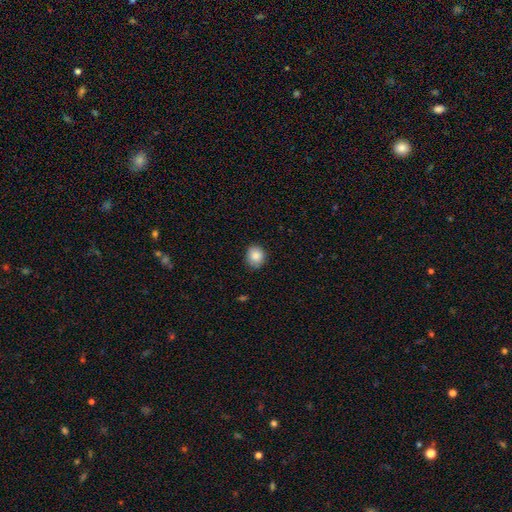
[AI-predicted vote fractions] Overall: smooth (87%). How rounded: round (78%). Merging: none (84%).